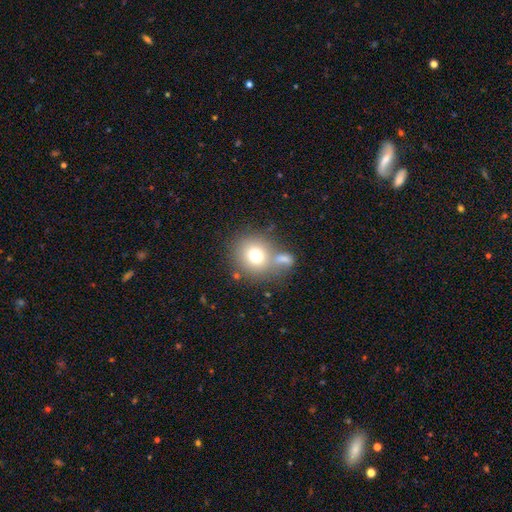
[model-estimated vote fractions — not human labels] Smooth or featured?
  - smooth: 74% *
  - featured or disk: 15%
  - star or artifact: 12%
How rounded?
  - round: 85% *
  - in between: 14%
  - cigar-shaped: 1%
Merging?
  - none: 56% *
  - merger: 27%
  - minor disturbance: 11%
  - major disturbance: 6%